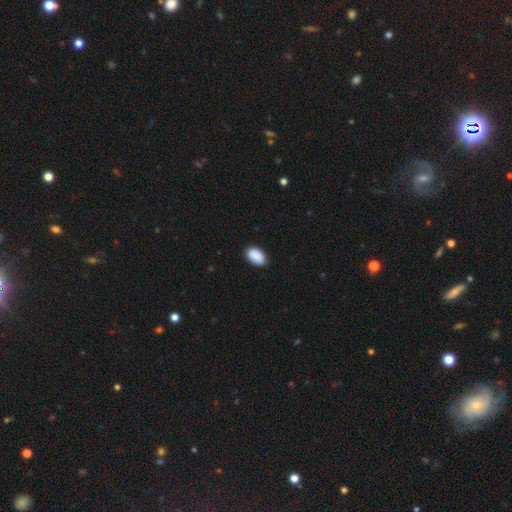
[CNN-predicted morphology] type=smooth (90%); roundness=in between (92%); merging=none (86%).